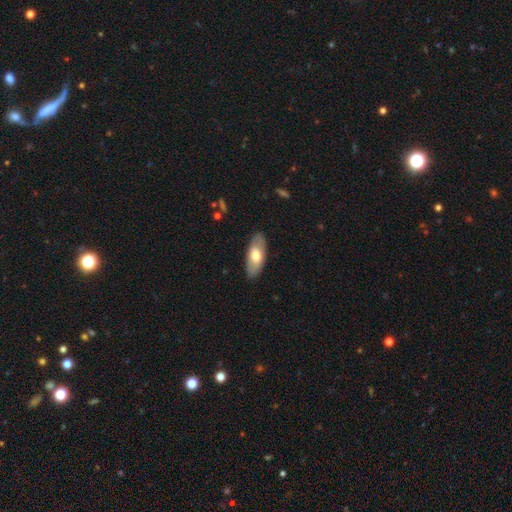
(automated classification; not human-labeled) Smooth or featured? smooth (63%)
How rounded? in between (85%)
Merging? none (86%)